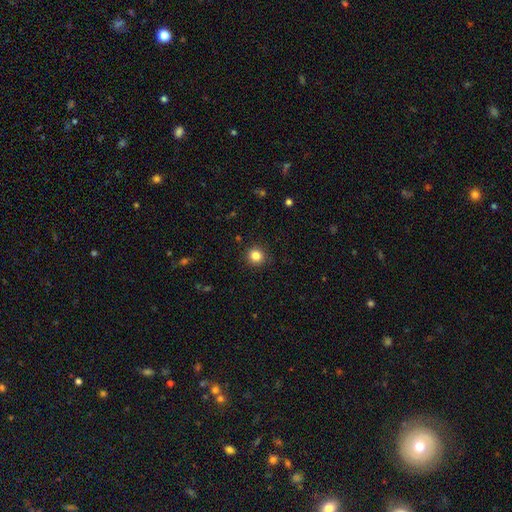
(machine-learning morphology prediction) This is clearly a smooth galaxy (84%). How rounded: clearly round (93%). Merging: clearly none (91%).